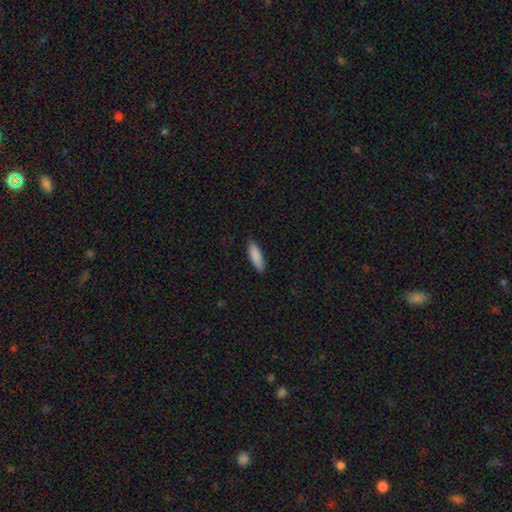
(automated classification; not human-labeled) smooth-or-featured: smooth: 89% | star or artifact: 6% | featured or disk: 5%
  how-rounded: in between: 52% | cigar-shaped: 46% | round: 1%
  merging: none: 87% | minor disturbance: 10% | major disturbance: 2% | merger: 1%